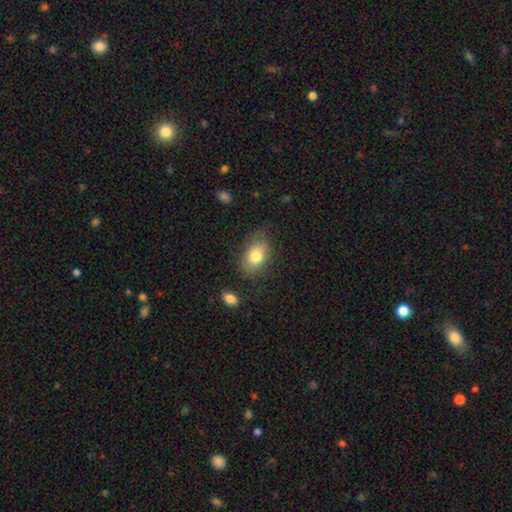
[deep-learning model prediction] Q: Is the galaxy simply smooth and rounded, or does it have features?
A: smooth — 78%.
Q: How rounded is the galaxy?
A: in between — 82%.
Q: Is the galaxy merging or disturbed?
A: none — 75%.